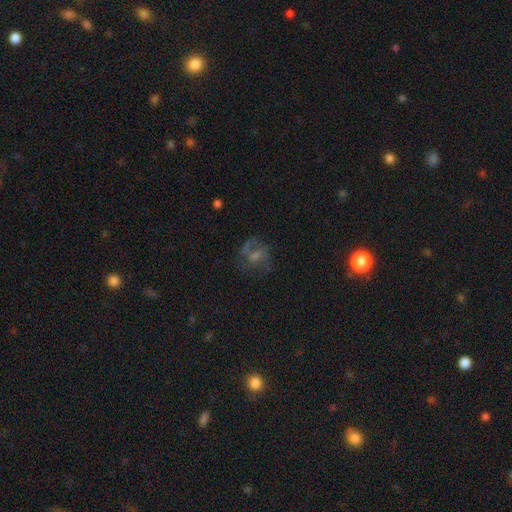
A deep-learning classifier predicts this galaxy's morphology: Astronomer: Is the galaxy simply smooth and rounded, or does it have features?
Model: featured or disk — 52%.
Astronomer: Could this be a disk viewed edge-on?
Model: no — 97%.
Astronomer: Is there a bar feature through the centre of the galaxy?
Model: no — 53% (runner-up: weak, 38%).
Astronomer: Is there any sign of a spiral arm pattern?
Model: yes — 73%.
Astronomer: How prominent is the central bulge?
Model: small — 36% (runner-up: moderate, 34%).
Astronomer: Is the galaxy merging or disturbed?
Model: none — 61%.